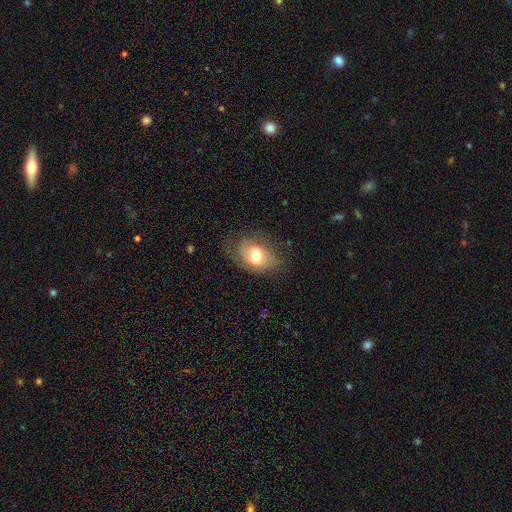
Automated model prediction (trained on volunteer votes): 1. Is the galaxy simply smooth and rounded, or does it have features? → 65% smooth, 27% featured or disk, 8% star or artifact.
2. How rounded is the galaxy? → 80% in between, 19% round, 1% cigar-shaped.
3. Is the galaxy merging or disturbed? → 58% none, 28% minor disturbance, 13% major disturbance, 1% merger.